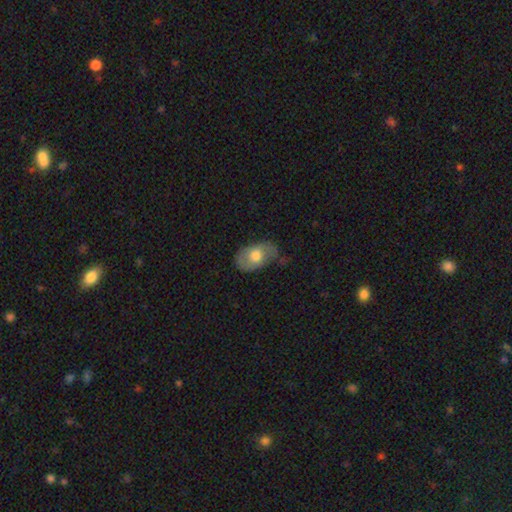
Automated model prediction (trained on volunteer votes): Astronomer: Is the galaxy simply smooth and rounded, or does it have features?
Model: smooth — 63%.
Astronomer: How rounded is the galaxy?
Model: in between — 89%.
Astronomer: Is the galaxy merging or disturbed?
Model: none — 57%.